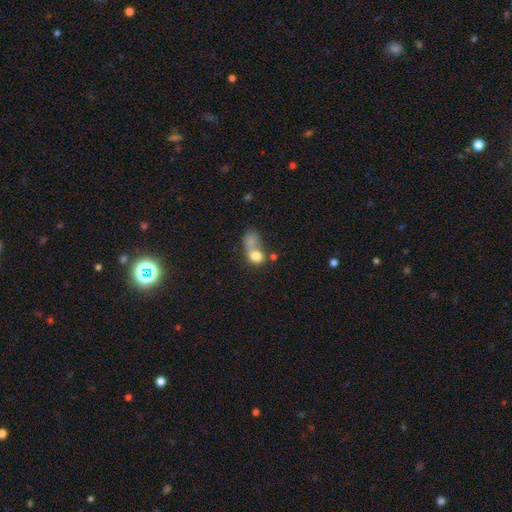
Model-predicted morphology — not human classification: smooth 76%, featured or disk 15%, star or artifact 10%. Down the decision tree: how rounded — round (56%); merging — merger (58%).